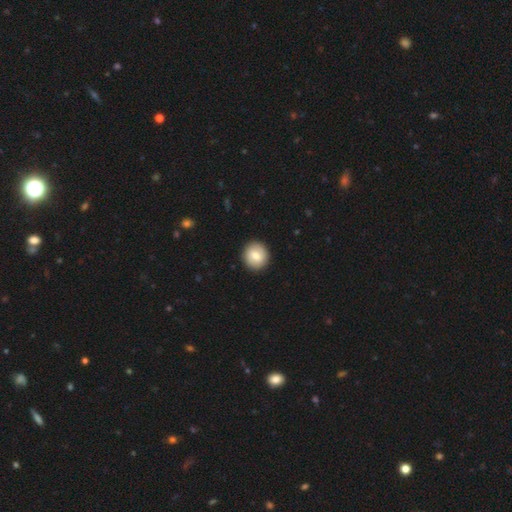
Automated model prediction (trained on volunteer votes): Smooth or featured? Predicted: smooth (p=0.78). How rounded? Predicted: round (p=0.88). Merging? Predicted: none (p=0.91).